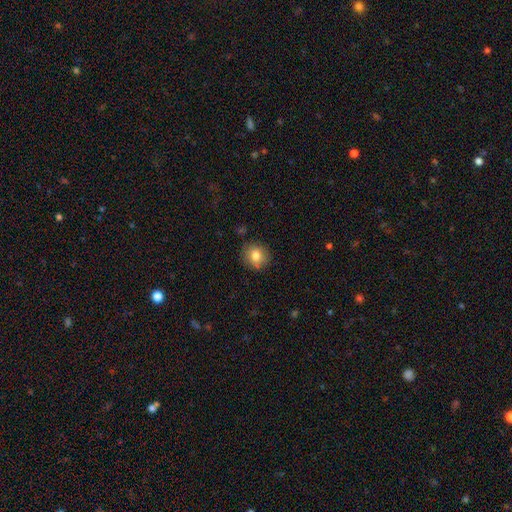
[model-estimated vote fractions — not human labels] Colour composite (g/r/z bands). It shows a smooth galaxy with no disk features (81%) that is round (82%). Merging: none (84%).